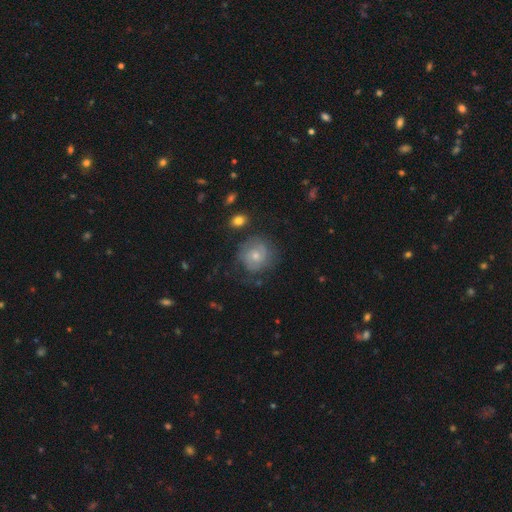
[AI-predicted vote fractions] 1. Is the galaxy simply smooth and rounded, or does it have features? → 57% featured or disk, 35% smooth, 8% star or artifact.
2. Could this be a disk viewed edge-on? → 98% no, 2% yes.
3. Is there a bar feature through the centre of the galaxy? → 74% no, 23% weak, 3% strong.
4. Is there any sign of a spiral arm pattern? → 81% yes, 19% no.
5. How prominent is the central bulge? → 50% small, 44% moderate, 3% large, 3% none, 1% dominant.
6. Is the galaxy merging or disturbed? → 66% none, 21% minor disturbance, 11% major disturbance, 2% merger.